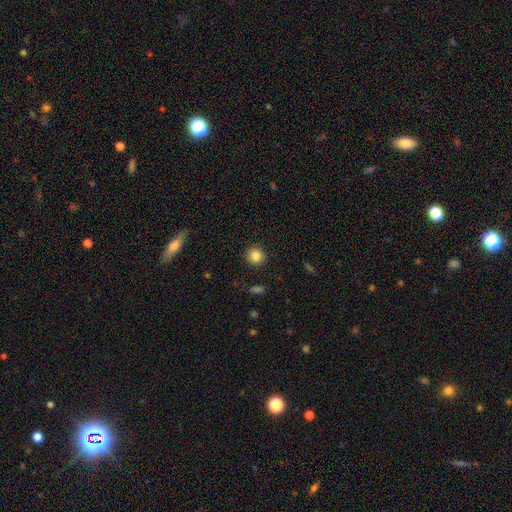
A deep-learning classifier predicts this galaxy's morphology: smooth 85%, star or artifact 10%, featured or disk 5%. Down the decision tree: how rounded — round (89%); merging — none (90%).